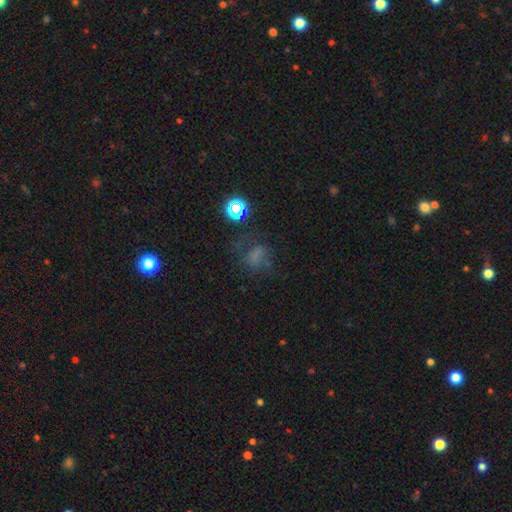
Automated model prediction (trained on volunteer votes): smooth-or-featured: smooth: 49% | star or artifact: 32% | featured or disk: 20%
  merging: none: 50% | major disturbance: 24% | minor disturbance: 22% | merger: 5%